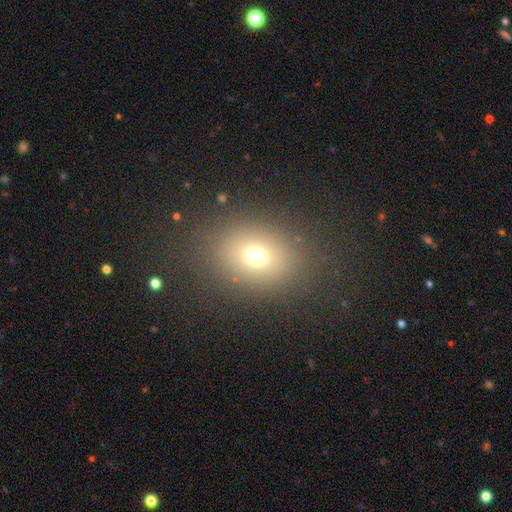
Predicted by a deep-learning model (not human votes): A smooth galaxy with no disk features (70%) that is round (51%). Merging: none (83%).